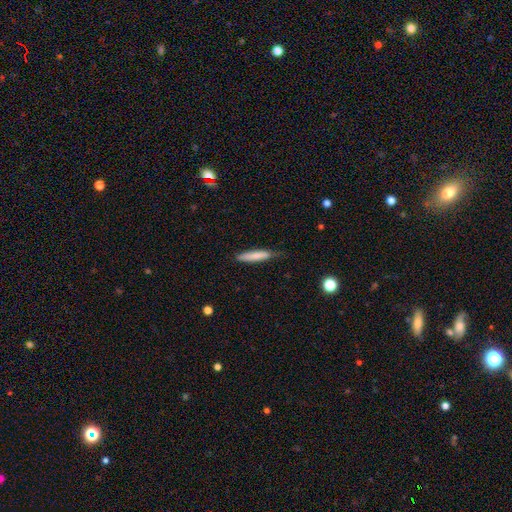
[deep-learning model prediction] Smooth or featured? Predicted: smooth (p=0.78). How rounded? Predicted: cigar-shaped (p=0.89). Merging? Predicted: none (p=0.68).